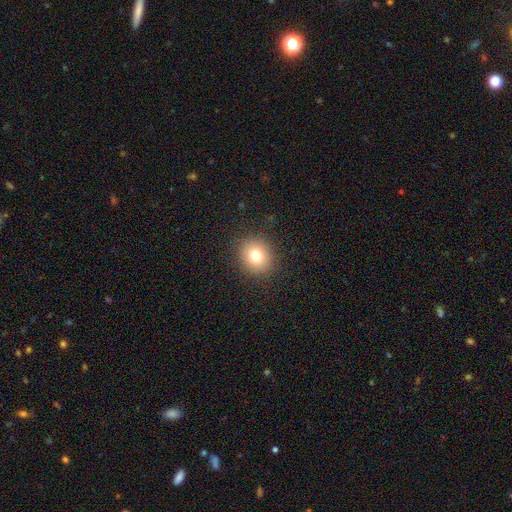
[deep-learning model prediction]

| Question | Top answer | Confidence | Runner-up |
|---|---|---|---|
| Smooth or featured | smooth | 78% | star or artifact (12%) |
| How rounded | round | 77% | in between (23%) |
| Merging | none | 89% | minor disturbance (7%) |